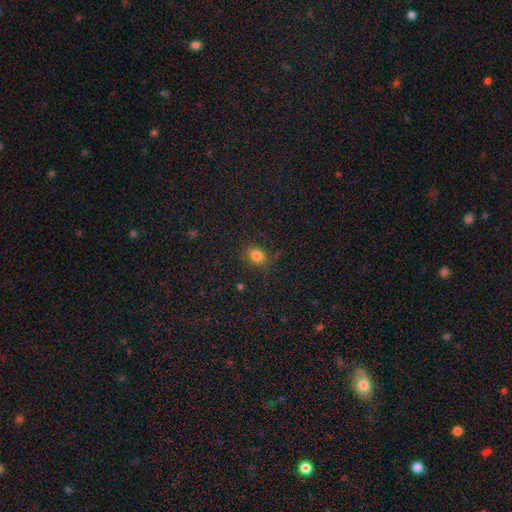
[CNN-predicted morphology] A smooth galaxy with no disk features (81%) that is in between round and cigar-shaped (58%). Merging: none (81%).